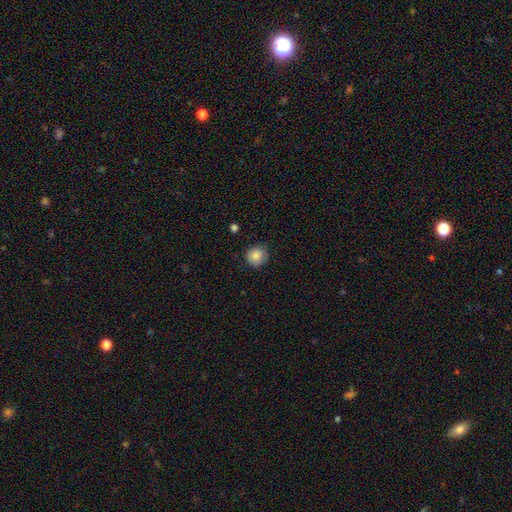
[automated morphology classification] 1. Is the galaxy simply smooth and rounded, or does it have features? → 85% smooth, 9% star or artifact, 6% featured or disk.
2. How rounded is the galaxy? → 90% round, 10% in between, 1% cigar-shaped.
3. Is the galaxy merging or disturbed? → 81% none, 15% minor disturbance, 3% major disturbance, 1% merger.